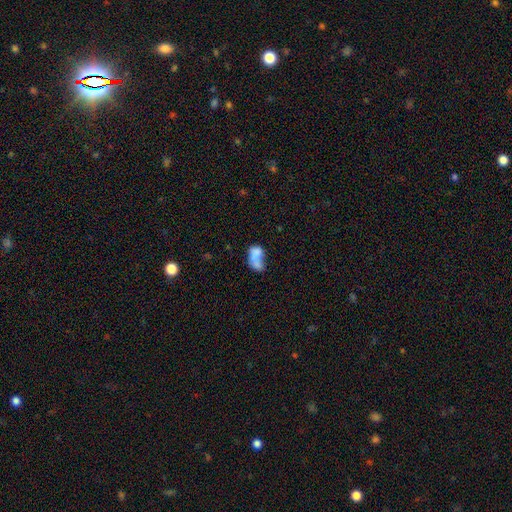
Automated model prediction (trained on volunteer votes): The model was most divided on "merging": merger: 54%, none: 18%, major disturbance: 16%, minor disturbance: 12%. More confident: how rounded — in between (81%); smooth or featured — smooth (66%).